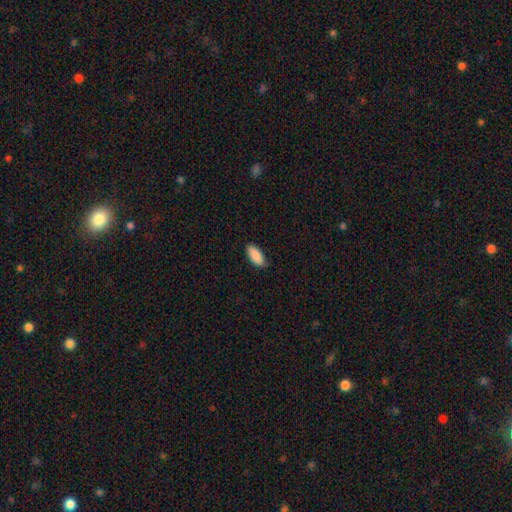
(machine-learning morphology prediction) smooth 90%, star or artifact 6%, featured or disk 4%. Down the decision tree: how rounded — in between (87%); merging — none (83%).